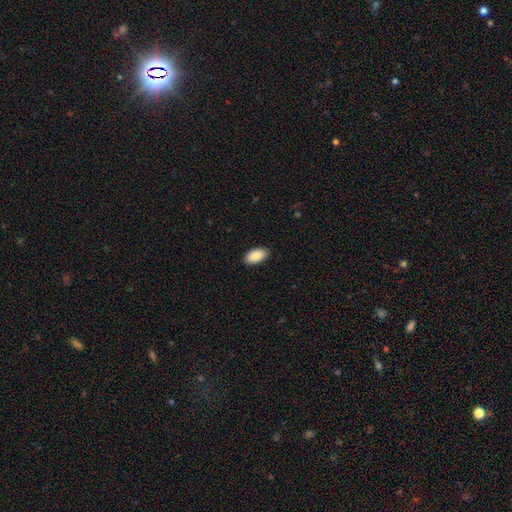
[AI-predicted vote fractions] smooth-or-featured: smooth: 89% | star or artifact: 6% | featured or disk: 4%
  how-rounded: in between: 96% | round: 3% | cigar-shaped: 2%
  merging: none: 88% | minor disturbance: 10% | major disturbance: 2% | merger: 1%